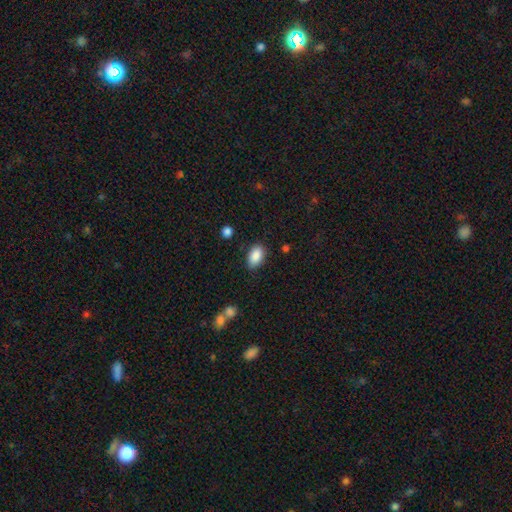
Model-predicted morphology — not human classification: This is clearly a smooth galaxy (88%). How rounded: clearly in between (90%). Merging: clearly none (81%).